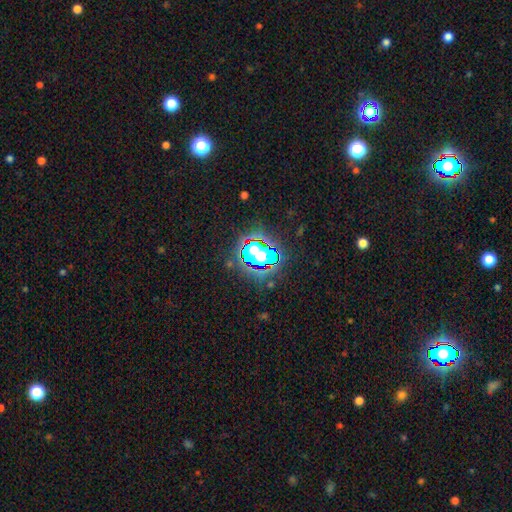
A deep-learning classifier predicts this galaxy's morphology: Smooth or featured? star or artifact (80%)